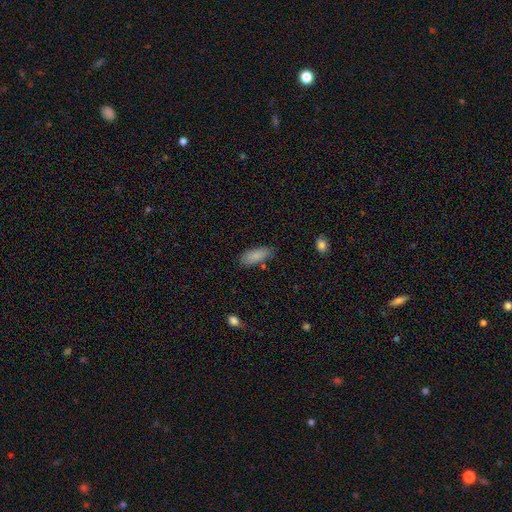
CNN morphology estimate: type=smooth (86%); roundness=in between (78%); merging=none (79%).